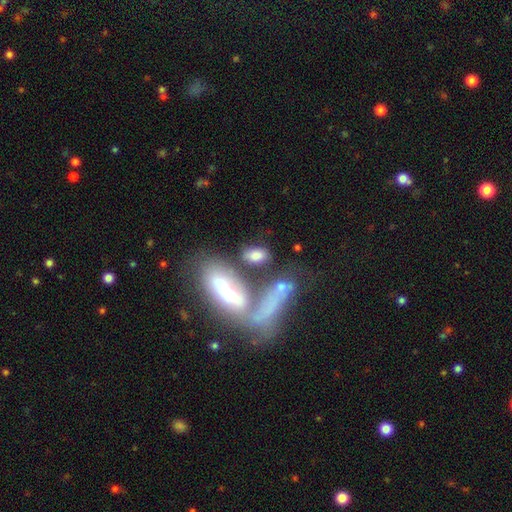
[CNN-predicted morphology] Smooth or featured? smooth (75%)
How rounded? in between (82%)
Merging? none (50%)